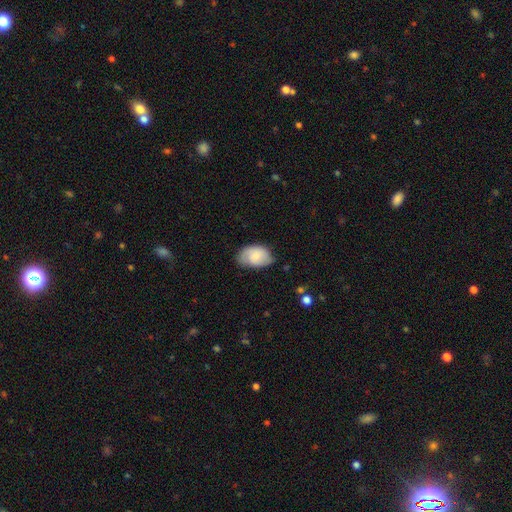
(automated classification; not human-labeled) This appears to be a smooth galaxy with no disk features (65%) that is in between round and cigar-shaped (87%). Merging: none (60%).